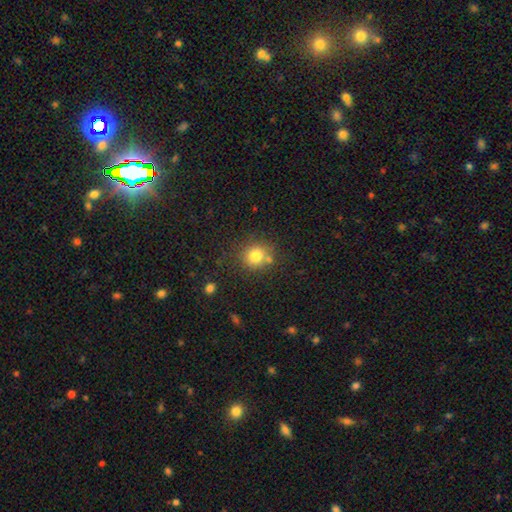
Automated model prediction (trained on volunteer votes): Q: Smooth or featured?
A: smooth (78%); runner-up: star or artifact (13%)
Q: How rounded?
A: round (87%); runner-up: in between (12%)
Q: Merging?
A: none (73%); runner-up: merger (12%)